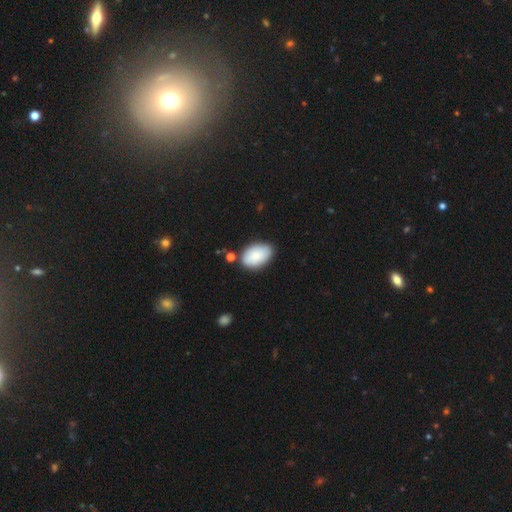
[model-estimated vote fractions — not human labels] Morphology: type=smooth (85%); roundness=in between (93%); merging=none (77%).